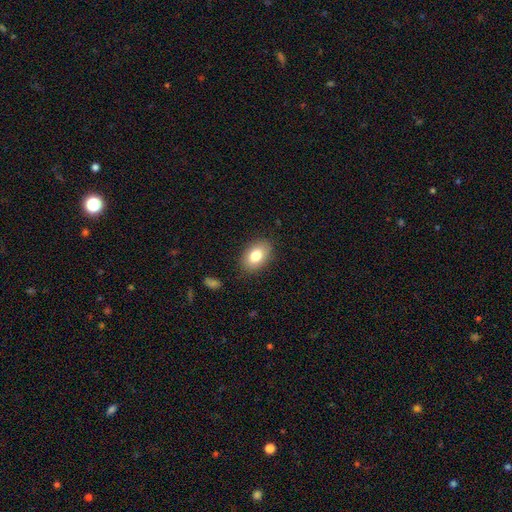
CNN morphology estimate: A smooth galaxy with no disk features (80%) that is in between round and cigar-shaped (86%). Merging: none (86%).